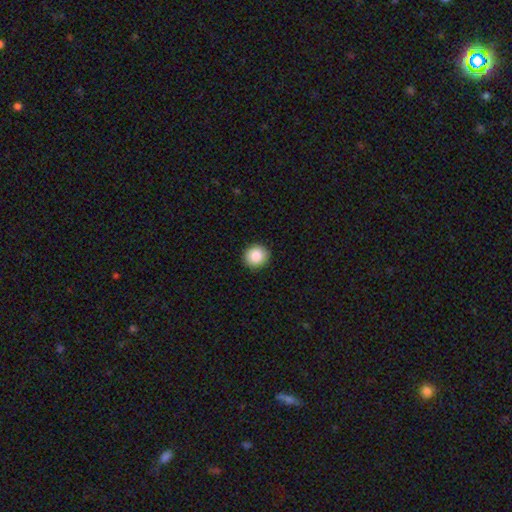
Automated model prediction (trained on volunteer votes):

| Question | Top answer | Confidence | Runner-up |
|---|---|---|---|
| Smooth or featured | smooth | 87% | star or artifact (8%) |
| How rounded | round | 91% | in between (8%) |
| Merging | none | 92% | minor disturbance (6%) |